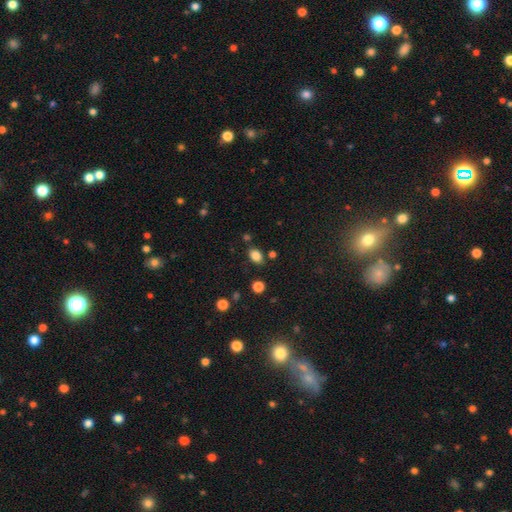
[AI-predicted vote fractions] The model was most divided on "how rounded": in between: 76%, round: 22%, cigar-shaped: 1%. More confident: smooth or featured — smooth (84%); merging — none (79%).